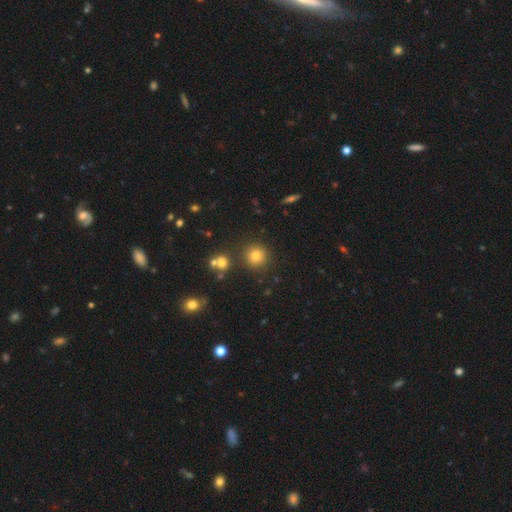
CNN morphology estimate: smooth-or-featured: smooth: 78% | star or artifact: 14% | featured or disk: 7%
  how-rounded: round: 92% | in between: 7% | cigar-shaped: 1%
  merging: none: 85% | minor disturbance: 7% | merger: 5% | major disturbance: 3%